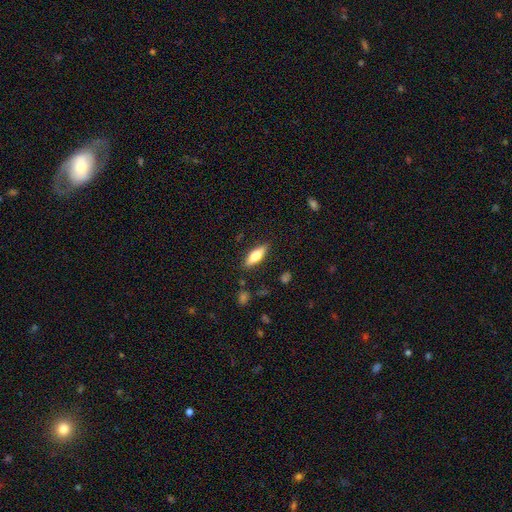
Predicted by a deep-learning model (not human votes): Smooth or featured? smooth (64%)
How rounded? in between (59%)
Merging? none (86%)